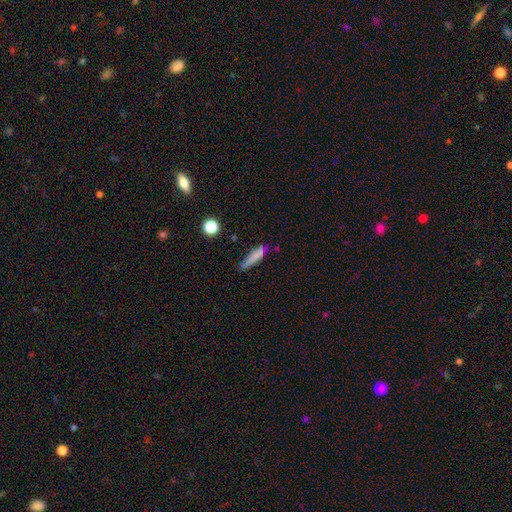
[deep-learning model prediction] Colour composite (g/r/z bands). It shows a smooth galaxy with no disk features (75%) that is cigar-shaped (83%). Merging: none (60%).